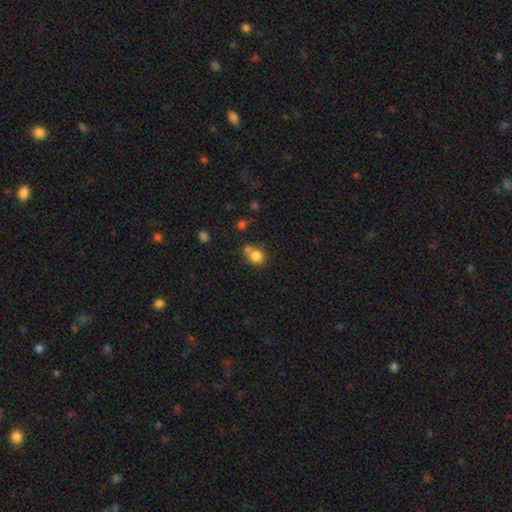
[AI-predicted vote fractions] Smooth or featured?
  - smooth: 81% *
  - star or artifact: 11%
  - featured or disk: 8%
How rounded?
  - round: 81% *
  - in between: 18%
  - cigar-shaped: 1%
Merging?
  - none: 49% *
  - merger: 35%
  - minor disturbance: 12%
  - major disturbance: 5%